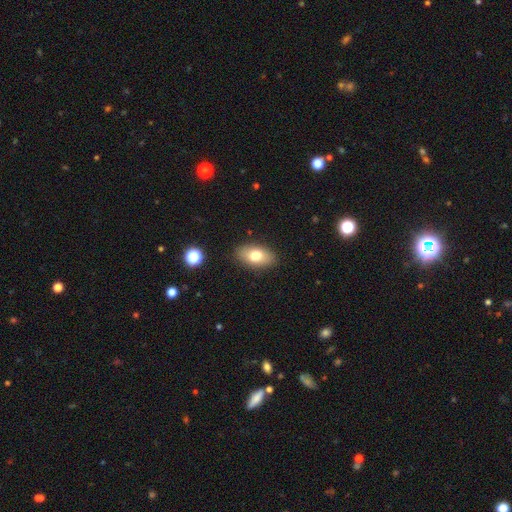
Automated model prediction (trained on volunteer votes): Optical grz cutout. It shows a smooth galaxy with no disk features (75%) that is in between round and cigar-shaped (90%). Merging: none (87%).